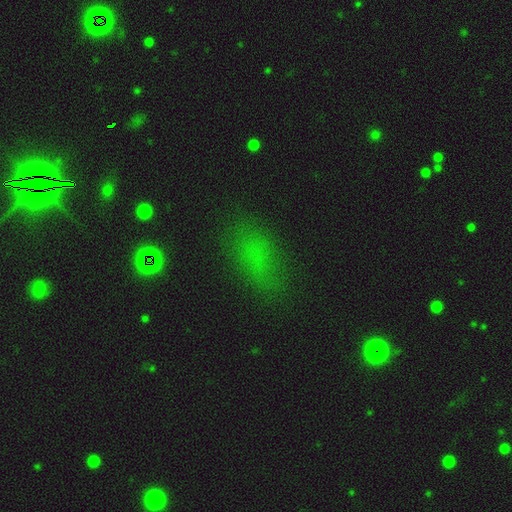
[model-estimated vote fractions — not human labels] Morphology: type=smooth (54%); roundness=in between (77%); merging=none (70%).